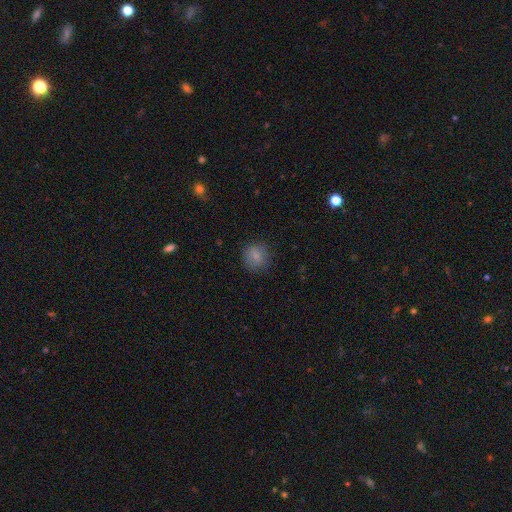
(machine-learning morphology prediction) smooth-or-featured: smooth: 83% | star or artifact: 10% | featured or disk: 7%
  how-rounded: round: 89% | in between: 10% | cigar-shaped: 1%
  merging: none: 85% | minor disturbance: 11% | major disturbance: 3% | merger: 1%